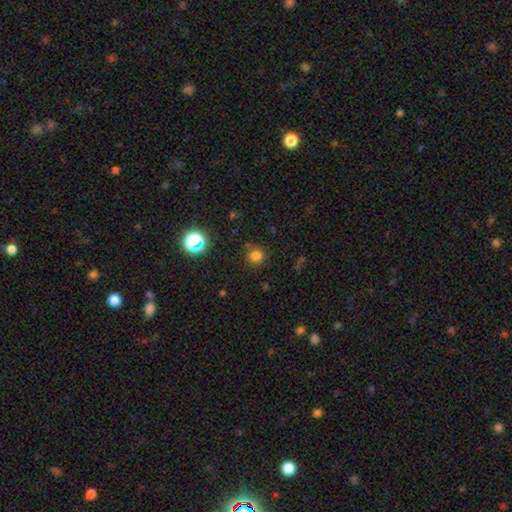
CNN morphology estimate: smooth 75%, star or artifact 20%, featured or disk 5%. Down the decision tree: how rounded — round (86%); merging — none (80%).